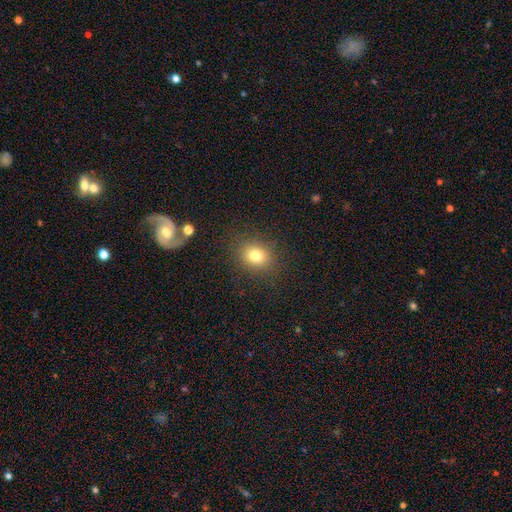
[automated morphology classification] Smooth or featured: smooth — 78% (star or artifact — 14%)
How rounded: round — 63% (in between — 36%)
Merging: none — 86% (minor disturbance — 9%)